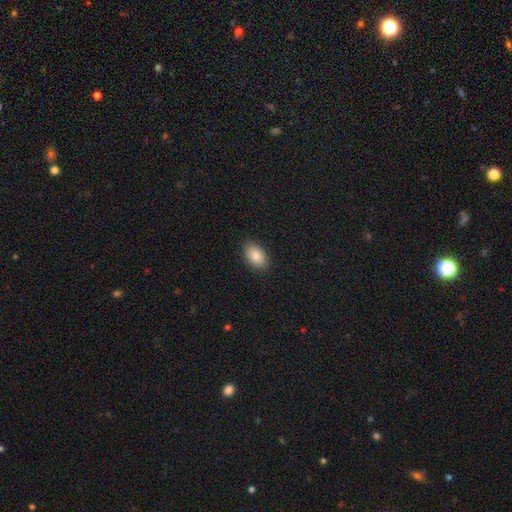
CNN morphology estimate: smooth-or-featured: smooth: 86% | star or artifact: 7% | featured or disk: 6%
  how-rounded: in between: 88% | round: 10% | cigar-shaped: 1%
  merging: none: 88% | minor disturbance: 9% | major disturbance: 2% | merger: 1%